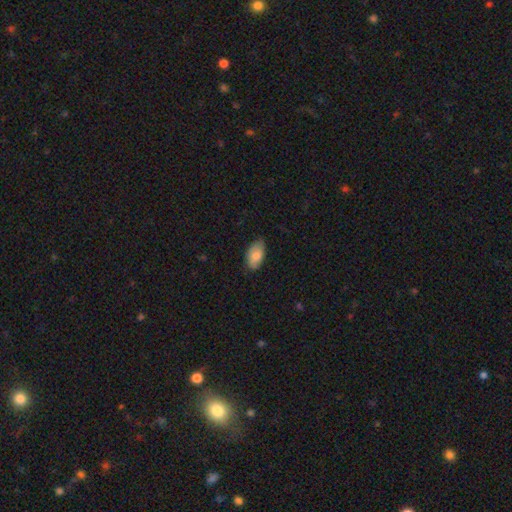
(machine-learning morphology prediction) A smooth galaxy with no disk features (81%) that is in between round and cigar-shaped (94%). Merging: none (73%).